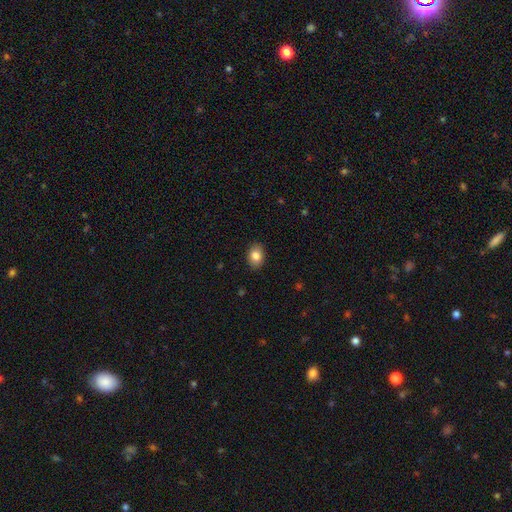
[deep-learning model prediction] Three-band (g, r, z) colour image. It shows a smooth galaxy with no disk features (83%) that is in between round and cigar-shaped (74%). Merging: none (89%).